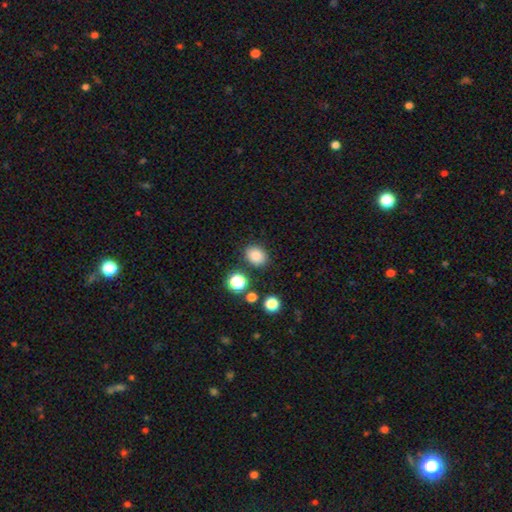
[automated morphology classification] Smooth or featured? Predicted: smooth (p=0.81). How rounded? Predicted: in between (p=0.50, tied with round). Merging? Predicted: none (p=0.84).